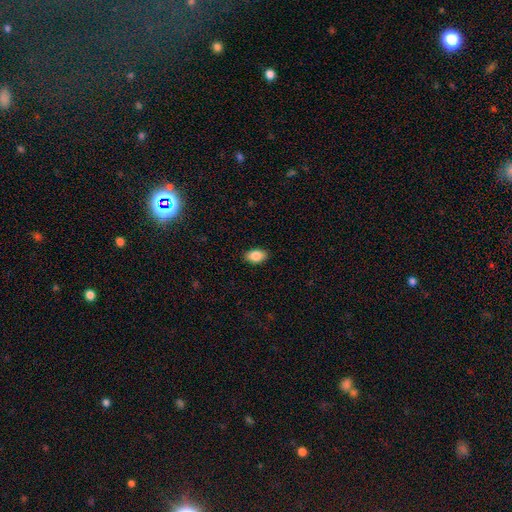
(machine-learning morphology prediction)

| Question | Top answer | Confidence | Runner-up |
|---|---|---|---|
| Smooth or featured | smooth | 86% | star or artifact (8%) |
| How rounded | in between | 90% | round (8%) |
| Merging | none | 88% | minor disturbance (9%) |